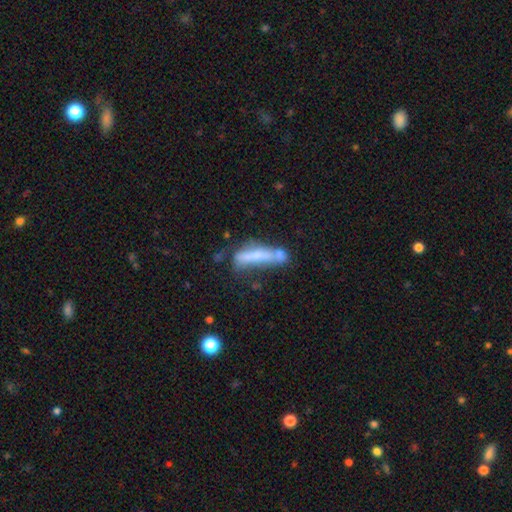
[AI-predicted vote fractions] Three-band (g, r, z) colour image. It shows a smooth galaxy with no disk features (54%) that is cigar-shaped (77%). Merging: merger (33%).